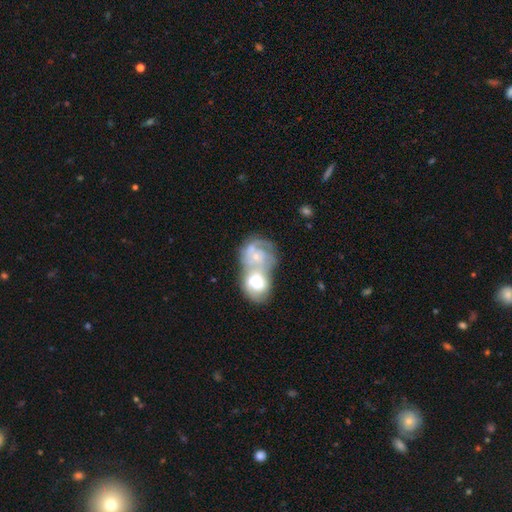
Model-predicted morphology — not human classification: Smooth or featured: featured or disk — 61% (smooth — 32%)
Edge-on disk: no — 97% (yes — 3%)
Bar: no — 77% (weak — 19%)
Spiral arms: yes — 70% (no — 30%)
Bulge size: small — 45% (moderate — 37%)
Merging: merger — 76% (none — 12%)